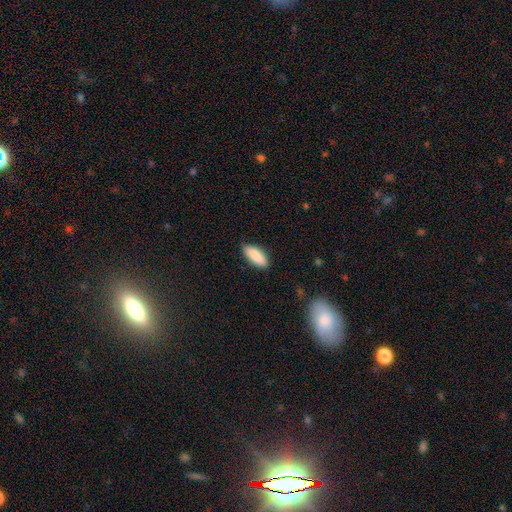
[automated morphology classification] smooth_or_featured: smooth (p=0.88) [alt: featured or disk p=0.06]
how_rounded: in between (p=0.77) [alt: cigar-shaped p=0.21]
merging: none (p=0.82) [alt: minor disturbance p=0.14]